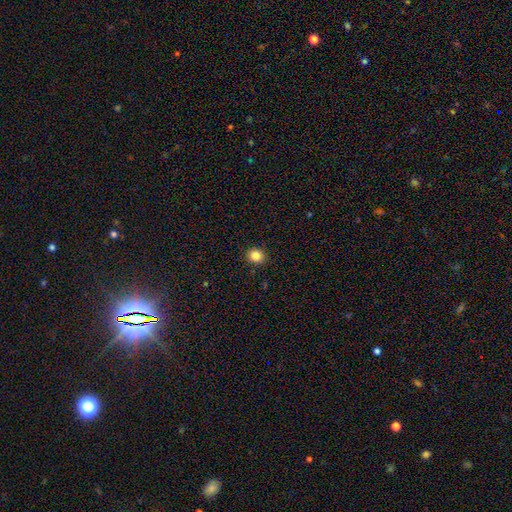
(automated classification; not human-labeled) A smooth galaxy with no disk features (85%) that is round (76%). Merging: none (91%).